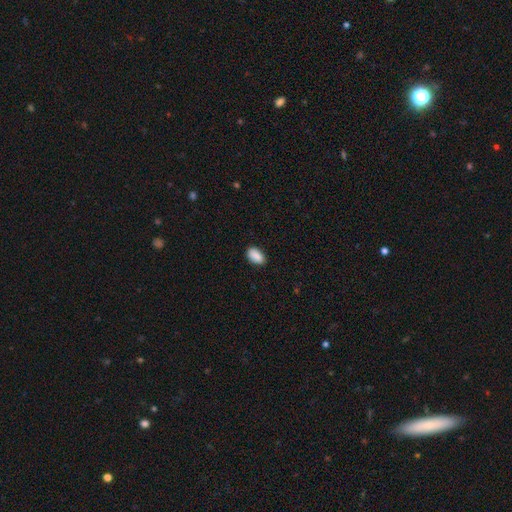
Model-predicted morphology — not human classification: Smooth or featured?
  - smooth: 90% *
  - star or artifact: 7%
  - featured or disk: 3%
How rounded?
  - in between: 92% *
  - round: 6%
  - cigar-shaped: 2%
Merging?
  - none: 86% *
  - minor disturbance: 11%
  - major disturbance: 2%
  - merger: 1%